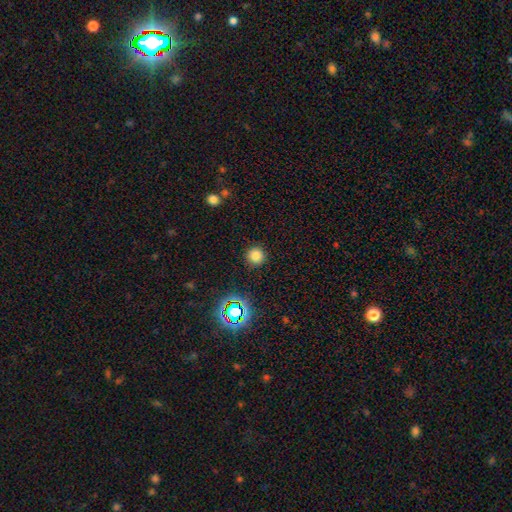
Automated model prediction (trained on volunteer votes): This is likely a smooth galaxy (78%). How rounded: clearly round (95%). Merging: clearly none (90%).